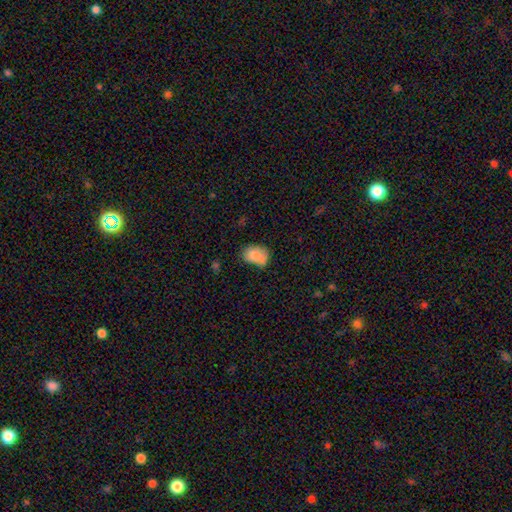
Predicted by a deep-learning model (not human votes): Morphology: type=smooth (82%); roundness=in between (72%); merging=none (50%).